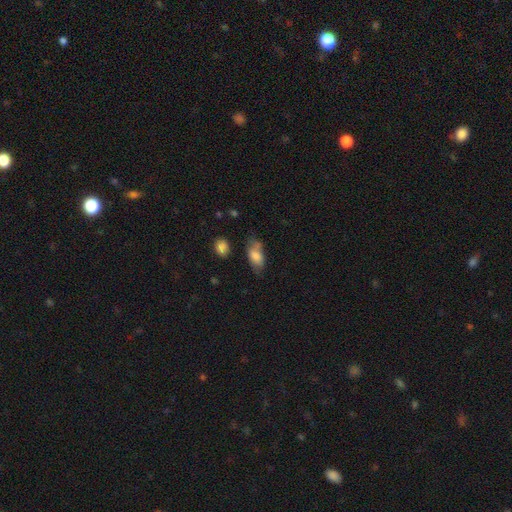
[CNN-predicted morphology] This is likely a smooth galaxy (77%). How rounded: clearly in between (88%). Merging: possibly none (55%).